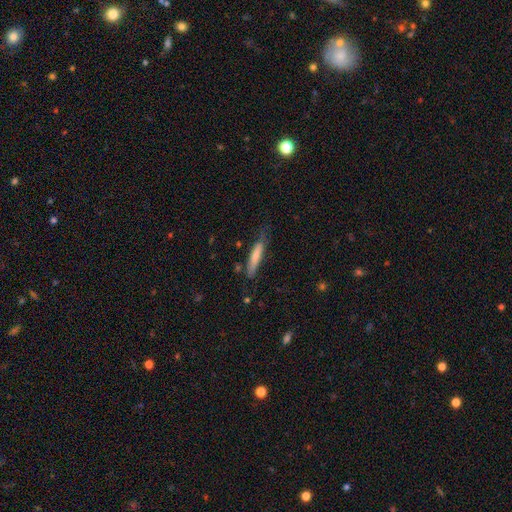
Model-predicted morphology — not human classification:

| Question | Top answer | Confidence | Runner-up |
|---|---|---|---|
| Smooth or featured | smooth | 73% | featured or disk (21%) |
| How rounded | cigar-shaped | 87% | in between (11%) |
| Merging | none | 64% | minor disturbance (26%) |